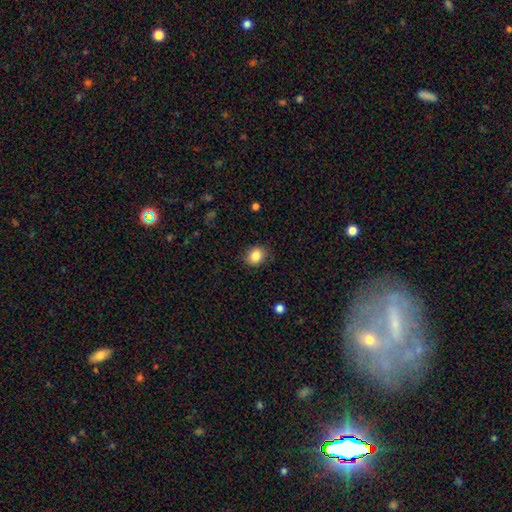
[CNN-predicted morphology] A smooth galaxy with no disk features (85%) that is round (66%).

Vote fractions:
- Smooth or featured? smooth: 85% / star or artifact: 10% / featured or disk: 5%
- How rounded? round: 66% / in between: 33% / cigar-shaped: 1%
- Merging? none: 86% / minor disturbance: 11% / major disturbance: 3% / merger: 1%